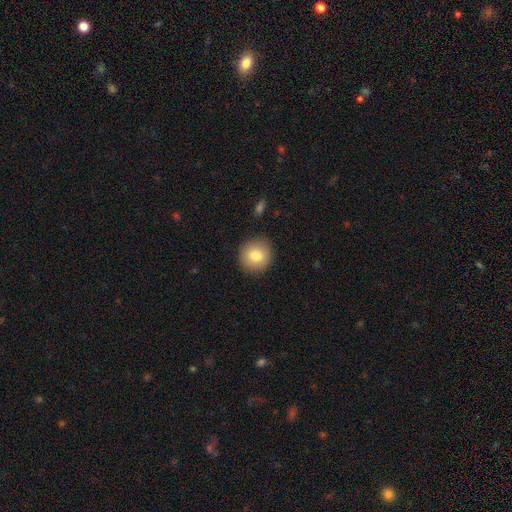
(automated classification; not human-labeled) smooth_or_featured: smooth (p=0.81) [alt: featured or disk p=0.11]
how_rounded: round (p=0.92) [alt: in between p=0.07]
merging: none (p=0.90) [alt: minor disturbance p=0.07]